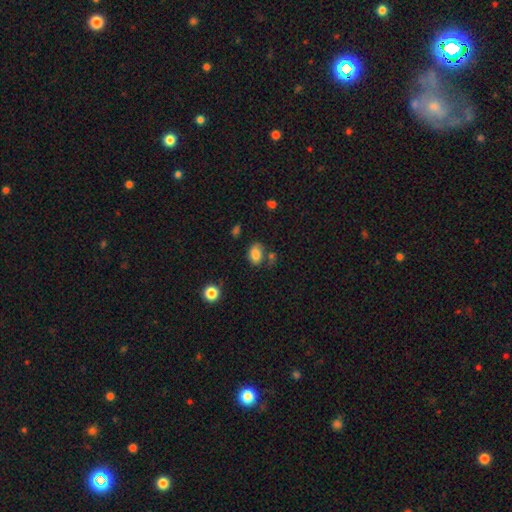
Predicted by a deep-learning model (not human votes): A smooth galaxy with no disk features (80%) that is in between round and cigar-shaped (70%). Merging: none (61%).